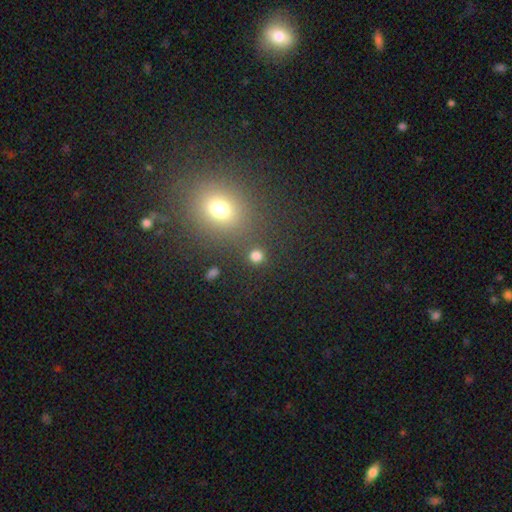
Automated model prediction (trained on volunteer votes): smooth_or_featured: smooth (p=0.79) [alt: star or artifact p=0.16]
how_rounded: round (p=0.90) [alt: in between p=0.09]
merging: none (p=0.83) [alt: merger p=0.07]